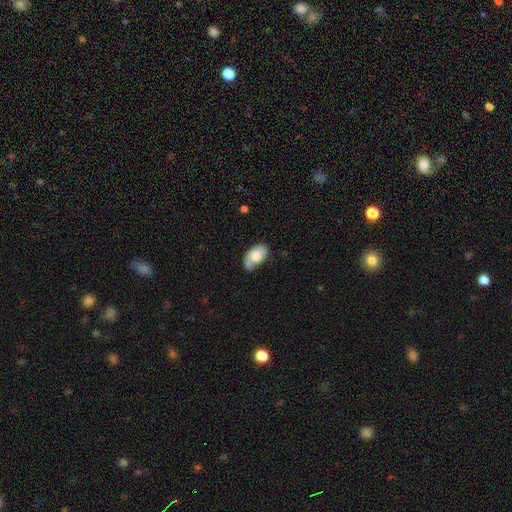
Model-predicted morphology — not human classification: This appears to be a smooth galaxy with no disk features (73%) that is in between round and cigar-shaped (92%). Merging: none (48%).